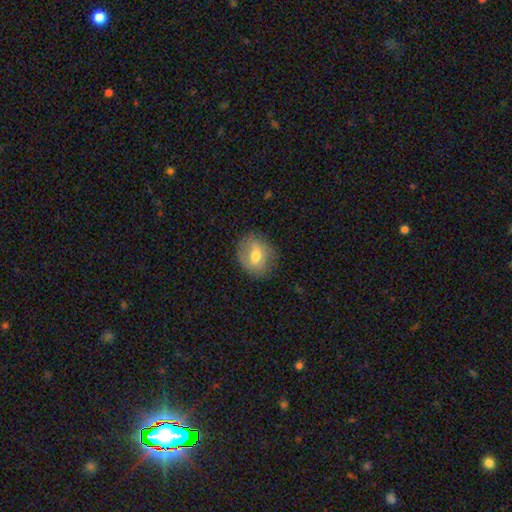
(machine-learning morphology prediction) Smooth or featured? smooth (61%)
How rounded? round (50%)
Merging? none (78%)